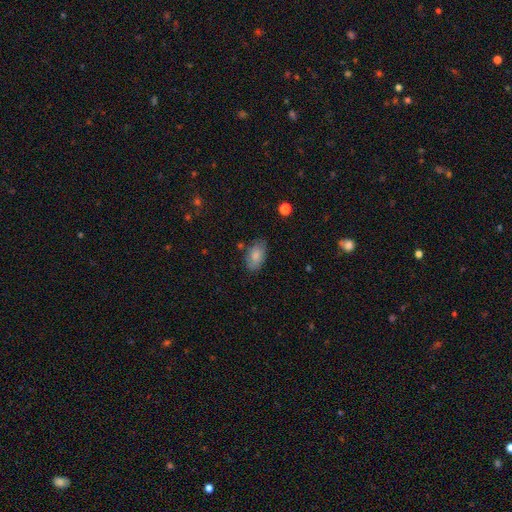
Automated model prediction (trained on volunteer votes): Smooth or featured: smooth — 80% (featured or disk — 13%)
How rounded: in between — 93% (round — 5%)
Merging: none — 73% (minor disturbance — 20%)